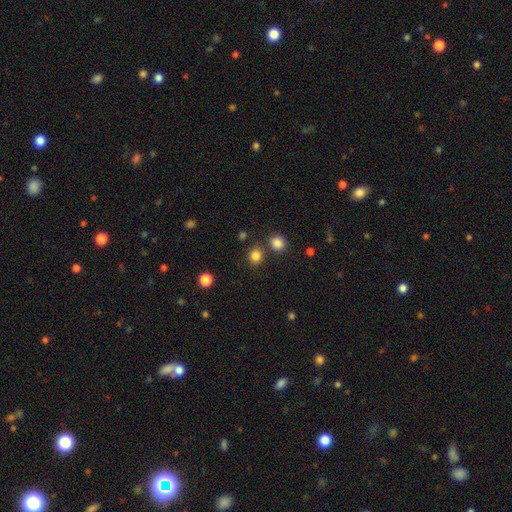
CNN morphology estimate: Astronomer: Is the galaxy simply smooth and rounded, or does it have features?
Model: smooth — 83%.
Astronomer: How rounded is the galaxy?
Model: round — 80%.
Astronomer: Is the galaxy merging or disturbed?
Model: none — 77%.